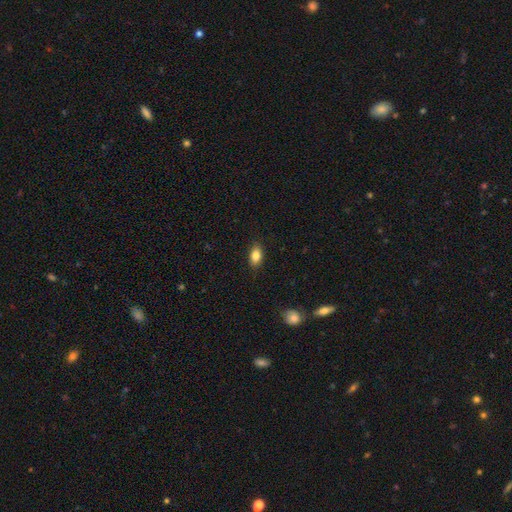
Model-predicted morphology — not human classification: Q: Smooth or featured?
A: smooth (84%); runner-up: star or artifact (8%)
Q: How rounded?
A: in between (88%); runner-up: round (9%)
Q: Merging?
A: none (87%); runner-up: minor disturbance (10%)